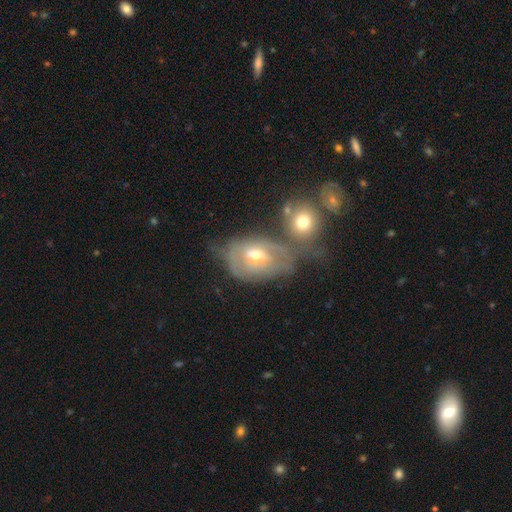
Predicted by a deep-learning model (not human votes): A featured or disk galaxy (58%) with no bar (55%), spiral arms (61%) and a moderate central bulge (61%). Merging: merger (34%).